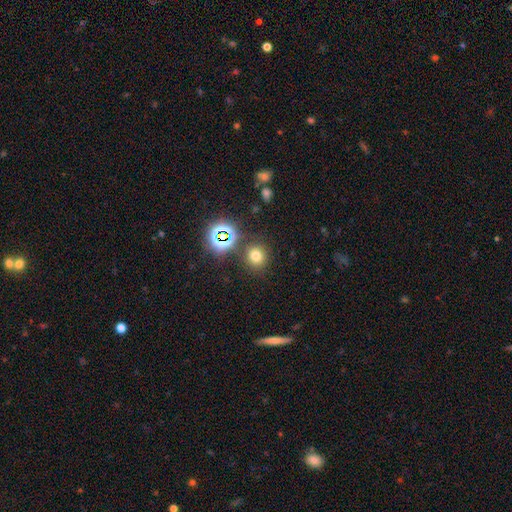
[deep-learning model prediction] smooth-or-featured: smooth: 68% | star or artifact: 24% | featured or disk: 8%
  how-rounded: round: 86% | in between: 13% | cigar-shaped: 1%
  merging: none: 83% | minor disturbance: 8% | merger: 6% | major disturbance: 3%